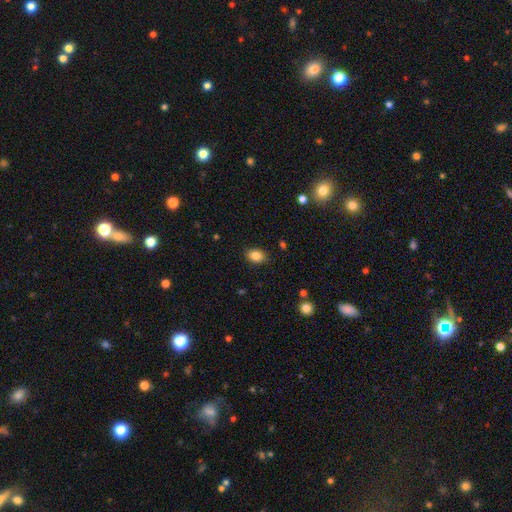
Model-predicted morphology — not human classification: A smooth galaxy with no disk features (85%) that is in between round and cigar-shaped (74%).

Vote fractions:
- Smooth or featured? smooth: 85% / star or artifact: 9% / featured or disk: 6%
- How rounded? in between: 74% / round: 25% / cigar-shaped: 1%
- Merging? none: 86% / minor disturbance: 11% / major disturbance: 3% / merger: 1%